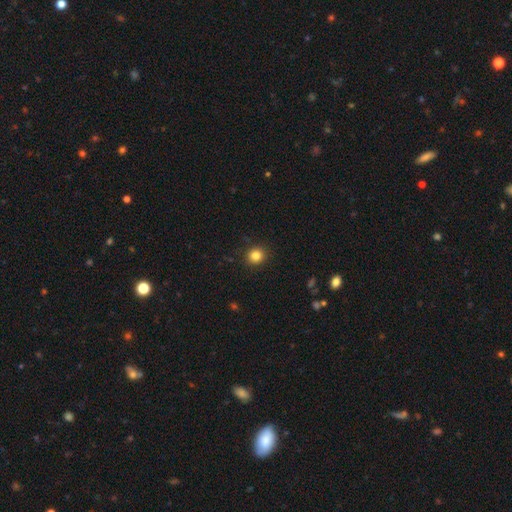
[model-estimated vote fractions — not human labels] Overall: smooth (84%). How rounded: round (88%). Merging: none (91%).